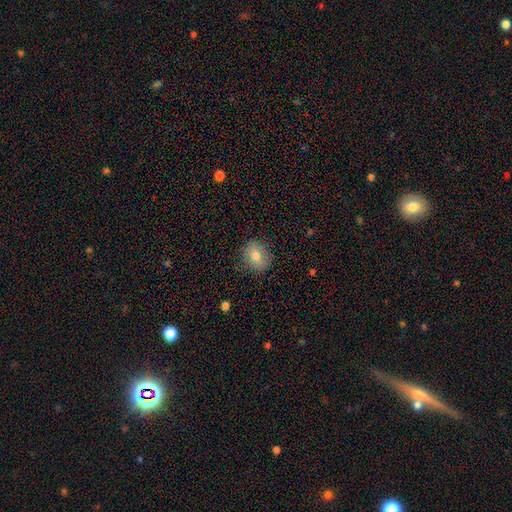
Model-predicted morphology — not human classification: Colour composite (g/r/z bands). It shows a smooth galaxy with no disk features (75%) that is round (62%). Merging: none (84%).